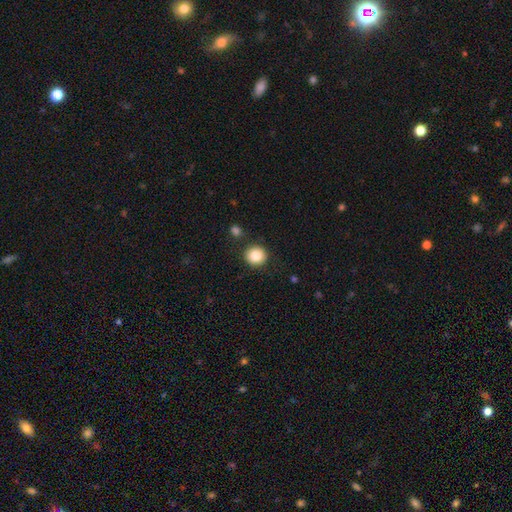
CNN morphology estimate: smooth-or-featured: smooth: 83% | star or artifact: 9% | featured or disk: 8%
  how-rounded: round: 92% | in between: 7% | cigar-shaped: 1%
  merging: none: 87% | minor disturbance: 7% | merger: 3% | major disturbance: 2%